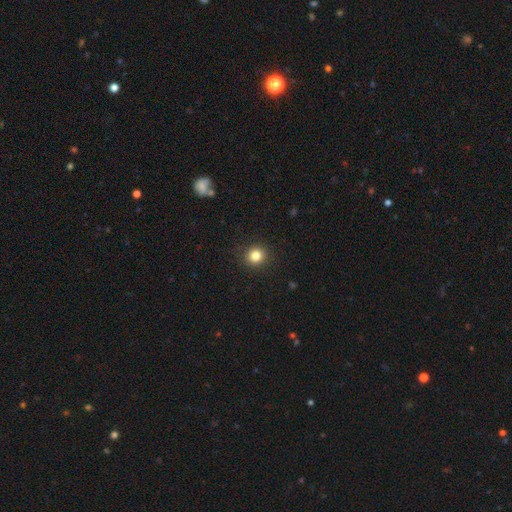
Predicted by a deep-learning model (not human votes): Smooth or featured? smooth (83%)
How rounded? round (90%)
Merging? none (91%)